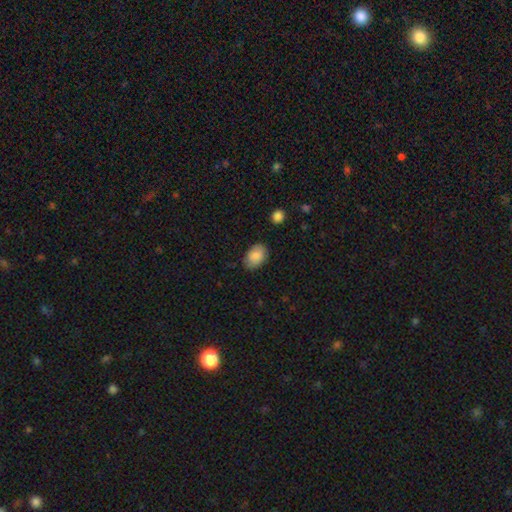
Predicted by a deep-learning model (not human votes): A smooth galaxy with no disk features (85%) that is in between round and cigar-shaped (86%).

Vote fractions:
- Smooth or featured? smooth: 85% / featured or disk: 8% / star or artifact: 7%
- How rounded? in between: 86% / round: 13% / cigar-shaped: 1%
- Merging? none: 81% / minor disturbance: 15% / major disturbance: 3% / merger: 1%